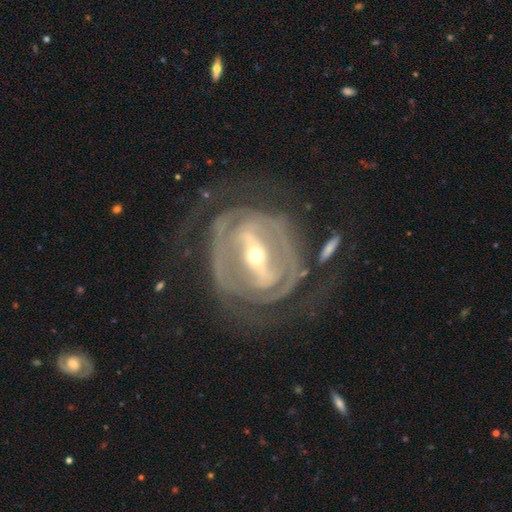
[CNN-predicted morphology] A featured or disk galaxy (90%) with a strong bar (78%), 2 (46%) tight (61%) spiral arms (83%) and a small central bulge (57%).

Vote fractions:
- Smooth or featured? featured or disk: 90% / smooth: 6% / star or artifact: 5%
- Edge-on disk? no: 93% / yes: 7%
- Bar? strong: 78% / weak: 16% / no: 6%
- Spiral arms? yes: 83% / no: 17%
- Spiral winding? tight: 61% / medium: 29% / loose: 10%
- Spiral arm count? 2: 46% / can't tell: 28% / 3: 11% / 4: 6% / 1: 5% / more than 4: 4%
- Bulge size? small: 57% / moderate: 38% / large: 2% / dominant: 1% / none: 1%
- Merging? none: 65% / major disturbance: 18% / minor disturbance: 14% / merger: 3%